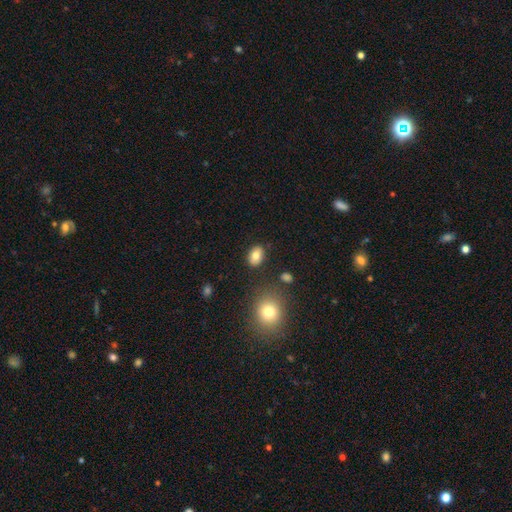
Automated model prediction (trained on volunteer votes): A smooth galaxy with no disk features (81%) that is in between round and cigar-shaped (76%).

Vote fractions:
- Smooth or featured? smooth: 81% / featured or disk: 10% / star or artifact: 9%
- How rounded? in between: 76% / round: 23% / cigar-shaped: 1%
- Merging? none: 85% / minor disturbance: 10% / major disturbance: 3% / merger: 3%